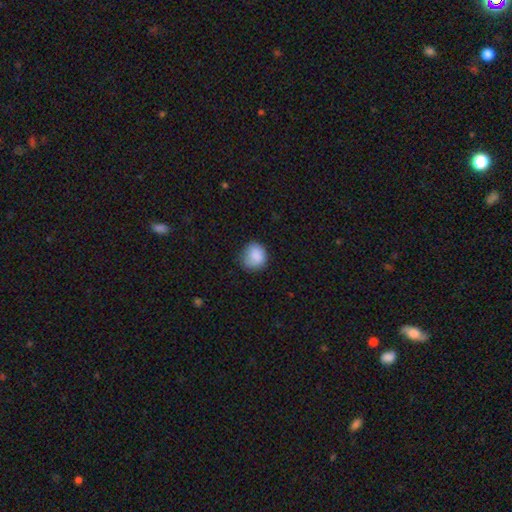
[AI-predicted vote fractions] Overall: smooth (87%). How rounded: round (77%). Merging: none (70%).